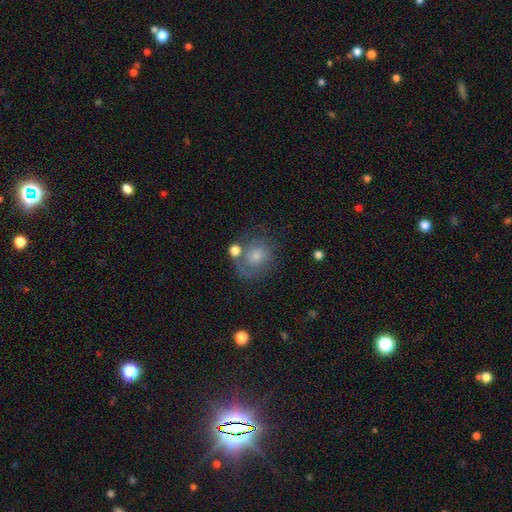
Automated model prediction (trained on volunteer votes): Overall: featured or disk (47%; smooth 39%). Merging: none (59%; minor disturbance 19%).